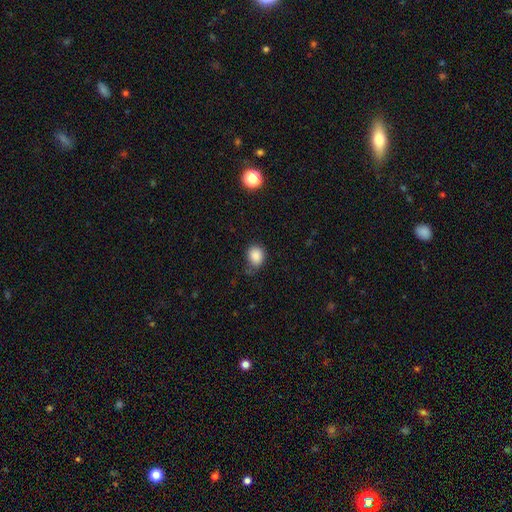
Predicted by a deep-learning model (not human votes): Overall: smooth (86%). How rounded: round (60%; in between 39%). Merging: none (65%; minor disturbance 26%).